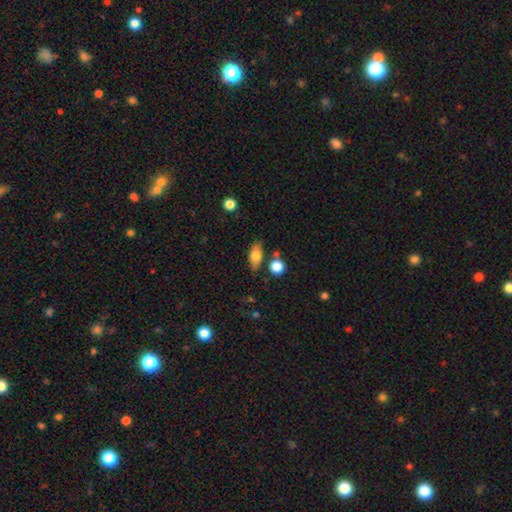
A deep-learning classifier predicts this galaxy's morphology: Smooth or featured? Predicted: smooth (p=0.71). How rounded? Predicted: in between (p=0.77). Merging? Predicted: none (p=0.73).